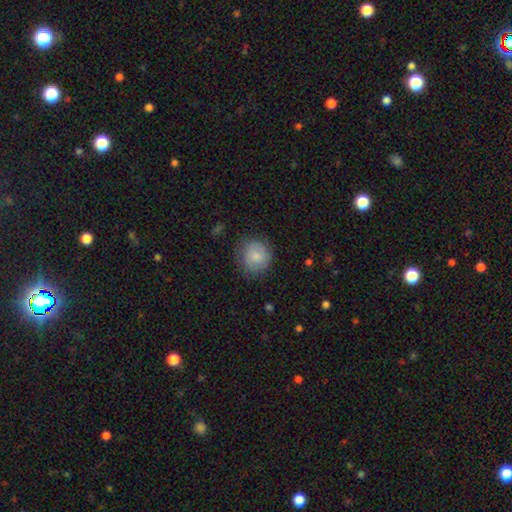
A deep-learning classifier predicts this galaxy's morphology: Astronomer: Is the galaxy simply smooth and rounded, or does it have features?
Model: smooth — 80%.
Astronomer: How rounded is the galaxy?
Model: round — 87%.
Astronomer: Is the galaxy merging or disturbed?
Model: none — 72%.